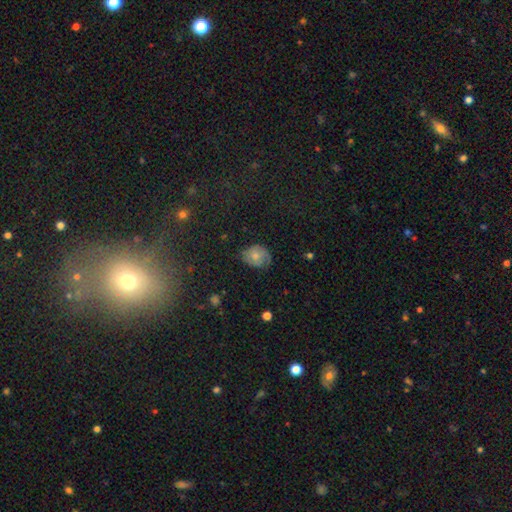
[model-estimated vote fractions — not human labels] Smooth or featured? Predicted: smooth (p=0.46). Merging? Predicted: none (p=0.59).